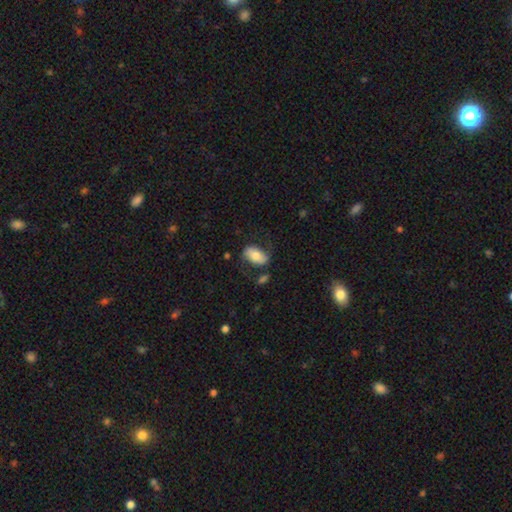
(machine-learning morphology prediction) type=smooth (64%); roundness=in between (92%); merging=none (62%).